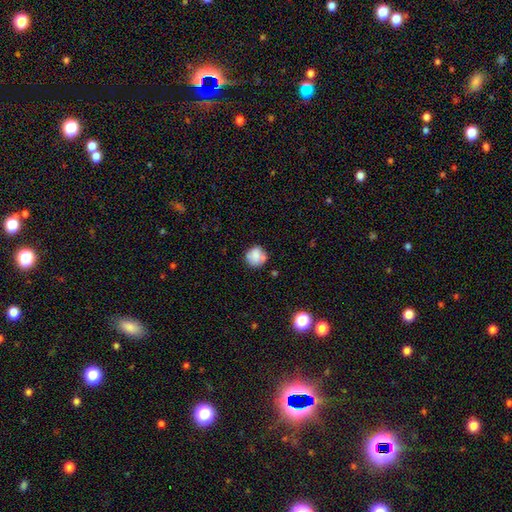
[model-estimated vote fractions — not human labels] Overall: smooth (73%). How rounded: round (86%). Merging: none (64%).